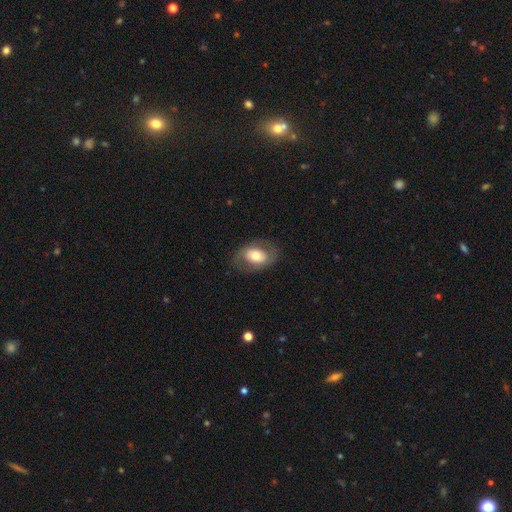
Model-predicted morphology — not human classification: Smooth or featured: smooth — 53% (featured or disk — 40%)
How rounded: in between — 78% (round — 21%)
Merging: none — 77% (minor disturbance — 14%)